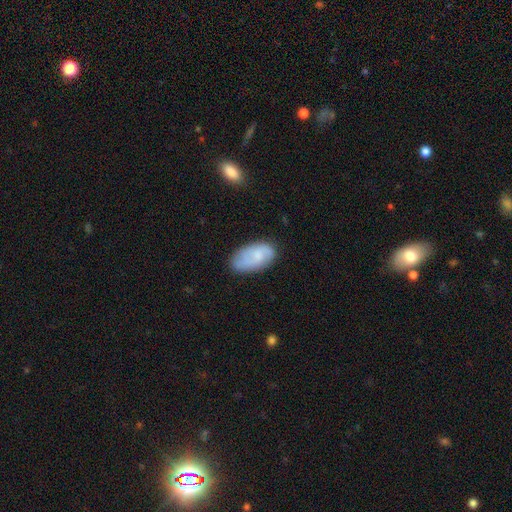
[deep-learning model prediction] This is possibly a smooth galaxy (60%). How rounded: clearly in between (94%). Merging: likely none (71%).